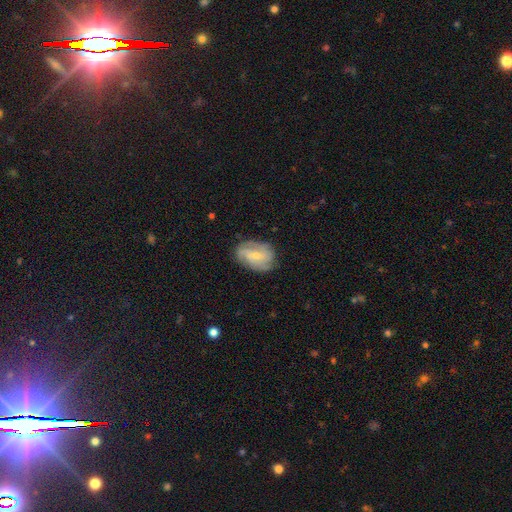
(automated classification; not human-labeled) smooth-or-featured: featured or disk: 69% | smooth: 24% | star or artifact: 7%
  disk-edge-on: no: 97% | yes: 3%
    bar: no: 51% | weak: 40% | strong: 9%
    has-spiral-arms: yes: 89% | no: 11%
      spiral-winding: medium: 41% (tied) | tight: 41% (tied) | loose: 18%
      spiral-arm-count: can't tell: 29% | 3: 27% | 2: 25% | 4: 10% | 1: 5% | more than 4: 4%
    bulge-size: small: 59% | moderate: 36% | none: 3% | large: 1% | dominant: 1%
  merging: none: 71% | minor disturbance: 21% | major disturbance: 7% | merger: 1%